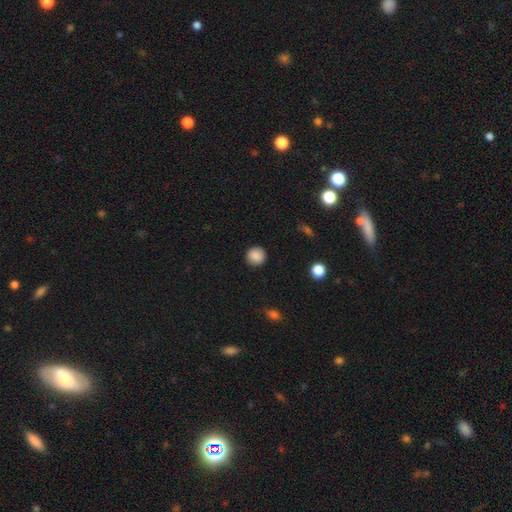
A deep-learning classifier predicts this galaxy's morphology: Smooth or featured: smooth — 88% (star or artifact — 9%)
How rounded: round — 93% (in between — 6%)
Merging: none — 91% (minor disturbance — 6%)